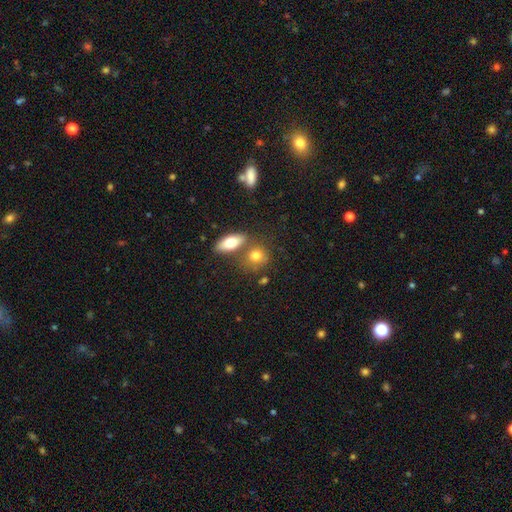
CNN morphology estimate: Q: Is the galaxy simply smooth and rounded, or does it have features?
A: smooth — 78%.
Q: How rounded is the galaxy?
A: round — 51%.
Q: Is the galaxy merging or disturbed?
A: none — 56%.